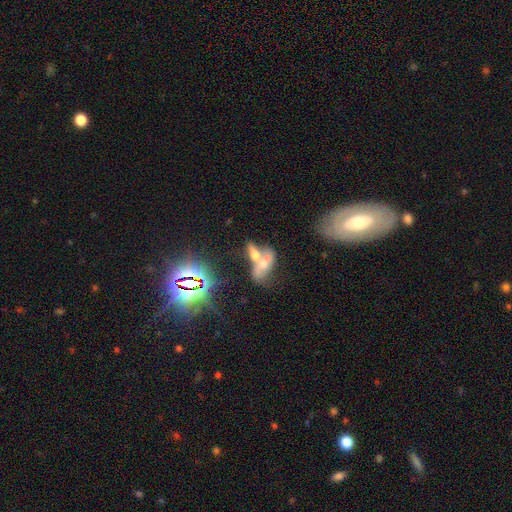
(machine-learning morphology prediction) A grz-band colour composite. It shows a smooth galaxy with no disk features (47%). Merging: merger (72%).